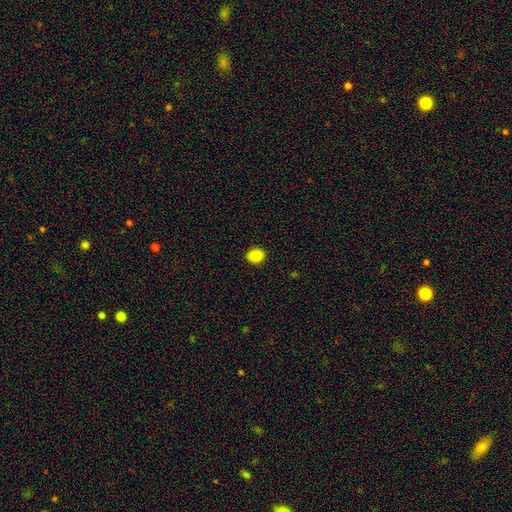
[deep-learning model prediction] smooth-or-featured: smooth: 88% | star or artifact: 9% | featured or disk: 3%
  how-rounded: round: 70% | in between: 29% | cigar-shaped: 1%
  merging: none: 91% | minor disturbance: 6% | major disturbance: 2% | merger: 1%